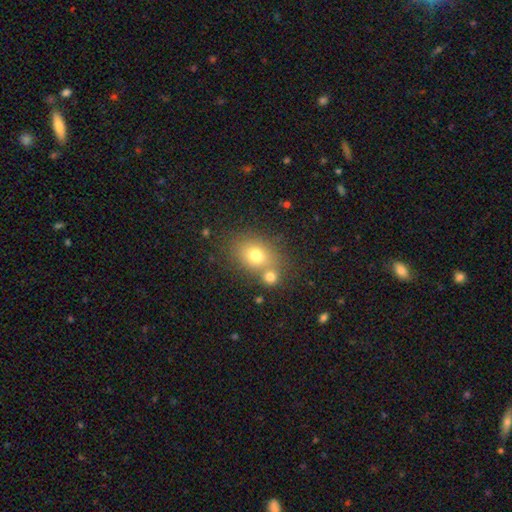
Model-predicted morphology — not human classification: smooth 74%, featured or disk 14%, star or artifact 12%. Down the decision tree: how rounded — in between (54%); merging — none (52%).